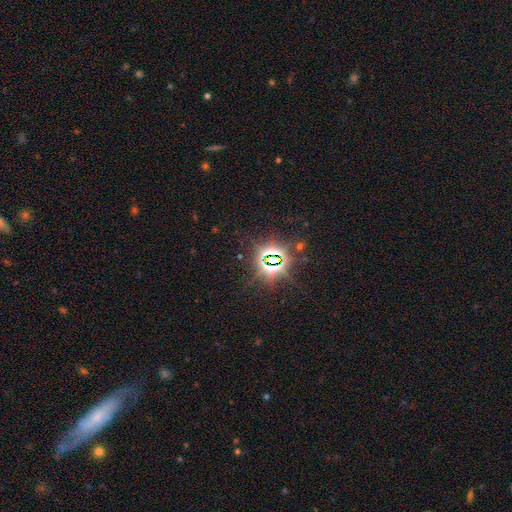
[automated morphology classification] star or artifact 84%, smooth 9%, featured or disk 7%.